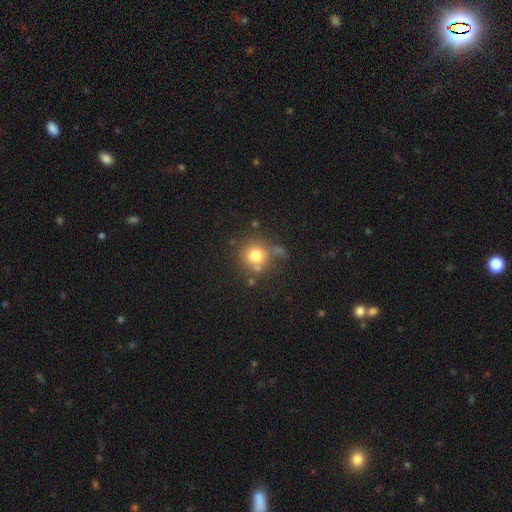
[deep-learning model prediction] Smooth or featured? smooth (76%)
How rounded? round (91%)
Merging? none (64%)